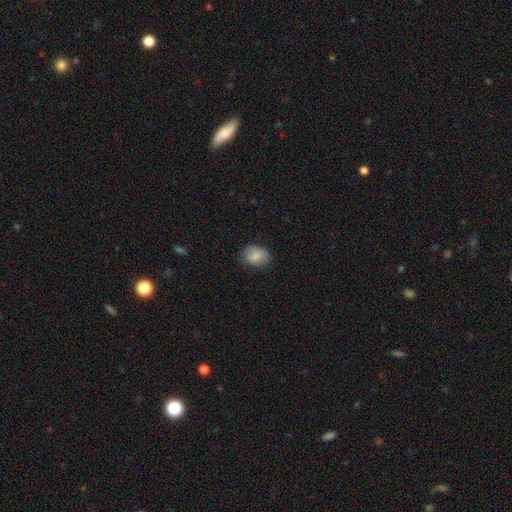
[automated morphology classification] Smooth or featured? smooth (81%)
How rounded? in between (61%)
Merging? none (76%)